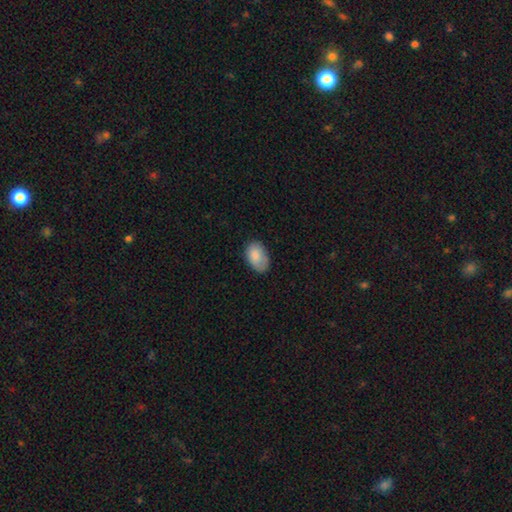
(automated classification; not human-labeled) The model was most divided on "merging": none: 69%, minor disturbance: 24%, major disturbance: 5%, merger: 1%. More confident: how rounded — in between (89%); smooth or featured — smooth (83%).